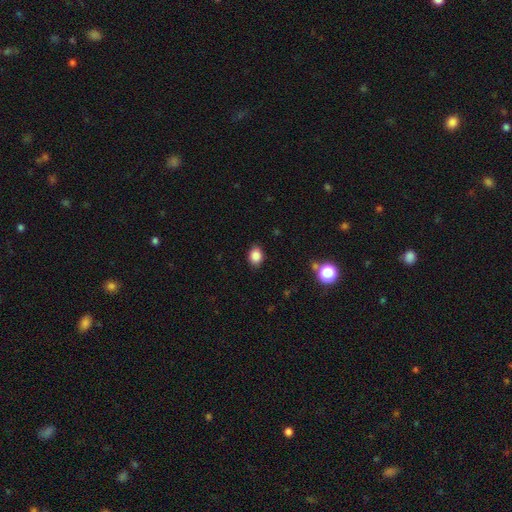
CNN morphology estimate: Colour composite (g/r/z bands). It shows a smooth galaxy with no disk features (86%) that is in between round and cigar-shaped (61%). Merging: none (84%).